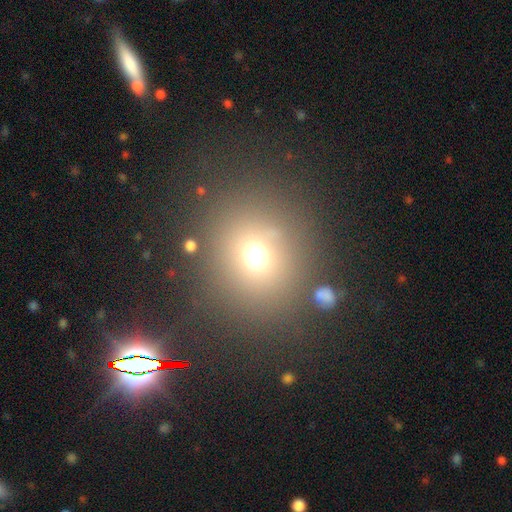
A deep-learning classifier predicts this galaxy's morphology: This is likely a smooth galaxy (67%). How rounded: clearly round (85%). Merging: likely none (78%).